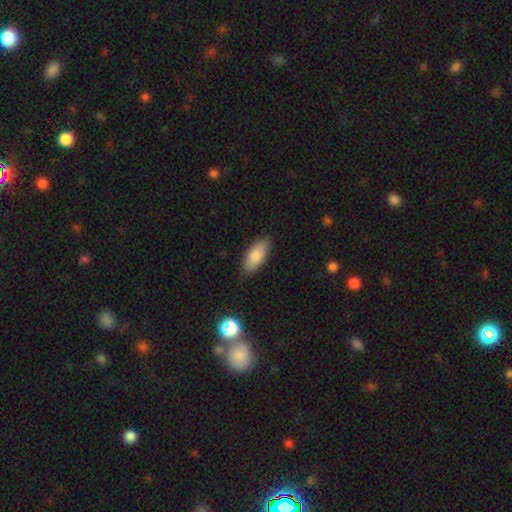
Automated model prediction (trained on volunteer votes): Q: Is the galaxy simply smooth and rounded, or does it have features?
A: smooth — 84%.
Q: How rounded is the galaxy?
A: in between — 87%.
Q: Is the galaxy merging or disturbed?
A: none — 86%.